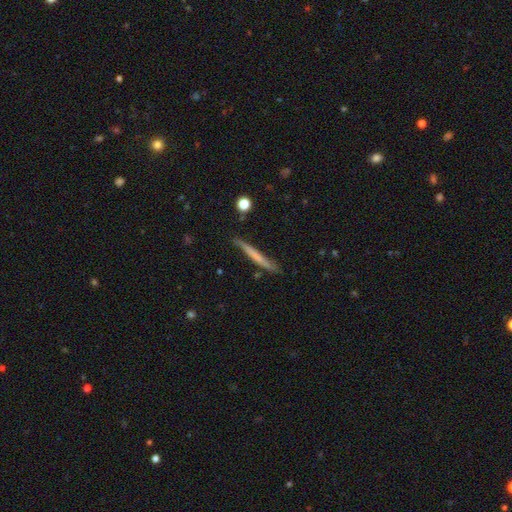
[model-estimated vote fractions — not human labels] Overall: smooth (55%; featured or disk 39%). How rounded: cigar-shaped (96%). Merging: none (83%).